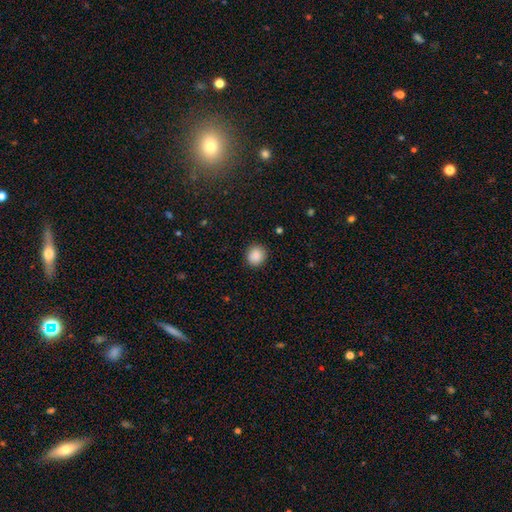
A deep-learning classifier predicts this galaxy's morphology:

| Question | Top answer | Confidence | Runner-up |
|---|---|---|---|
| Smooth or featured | smooth | 88% | star or artifact (9%) |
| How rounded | round | 88% | in between (12%) |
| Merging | none | 90% | minor disturbance (7%) |